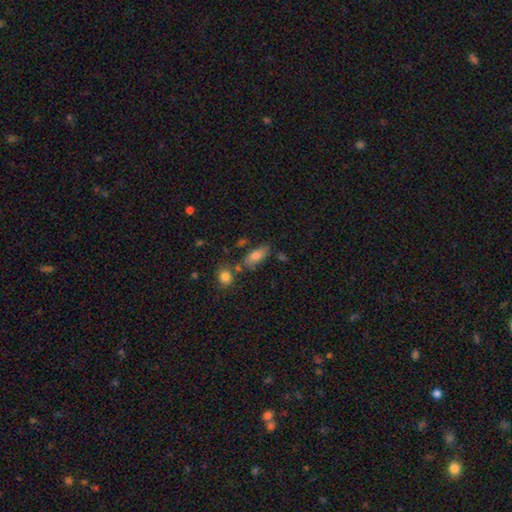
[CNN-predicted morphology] A smooth galaxy with no disk features (79%) that is in between round and cigar-shaped (78%).

Vote fractions:
- Smooth or featured? smooth: 79% / featured or disk: 13% / star or artifact: 9%
- How rounded? in between: 78% / cigar-shaped: 18% / round: 4%
- Merging? none: 66% / minor disturbance: 18% / merger: 10% / major disturbance: 6%